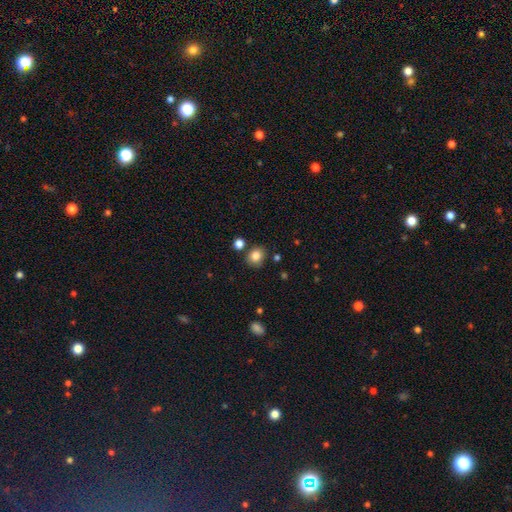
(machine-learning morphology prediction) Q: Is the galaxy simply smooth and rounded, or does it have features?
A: smooth — 83%.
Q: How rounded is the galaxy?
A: round — 71%.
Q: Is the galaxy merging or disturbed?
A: none — 81%.